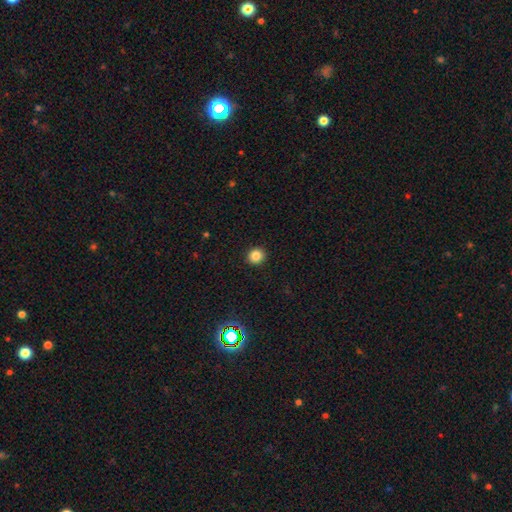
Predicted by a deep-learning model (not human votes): Smooth or featured?
  - smooth: 84% *
  - star or artifact: 12%
  - featured or disk: 5%
How rounded?
  - round: 89% *
  - in between: 10%
  - cigar-shaped: 1%
Merging?
  - none: 93% *
  - minor disturbance: 5%
  - major disturbance: 2%
  - merger: 1%